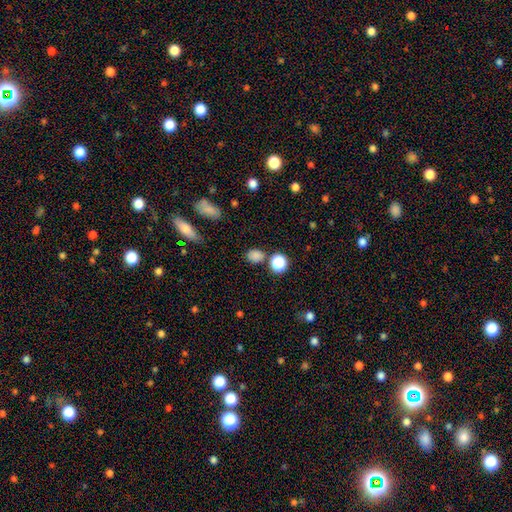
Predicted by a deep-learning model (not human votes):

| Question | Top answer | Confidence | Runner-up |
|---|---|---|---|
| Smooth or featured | smooth | 79% | star or artifact (16%) |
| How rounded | round | 51% | in between (47%) |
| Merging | none | 77% | minor disturbance (12%) |